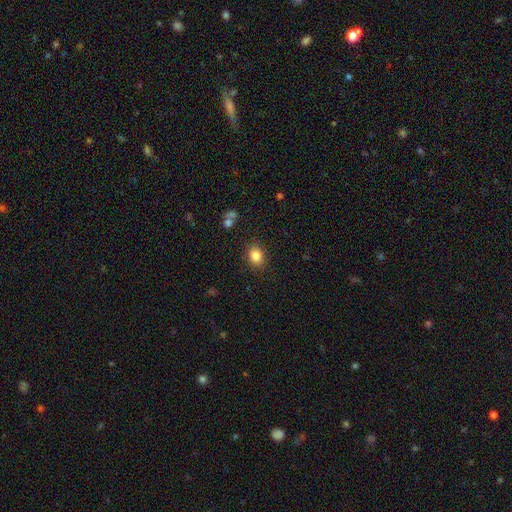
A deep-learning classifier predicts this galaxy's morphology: This is clearly a smooth galaxy (85%). How rounded: possibly in between (53%). Merging: clearly none (86%).